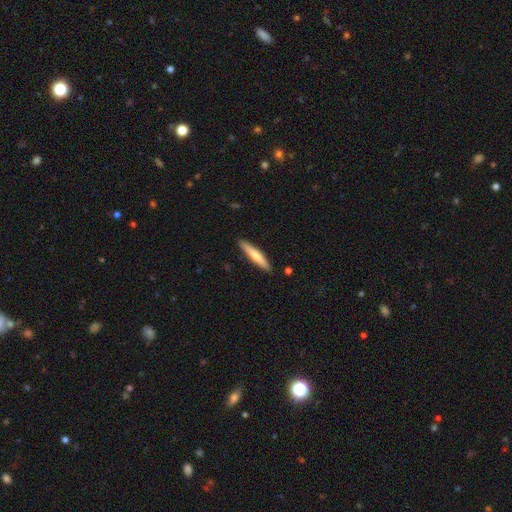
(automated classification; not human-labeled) Morphology: type=smooth (63%); roundness=cigar-shaped (89%); merging=none (89%).